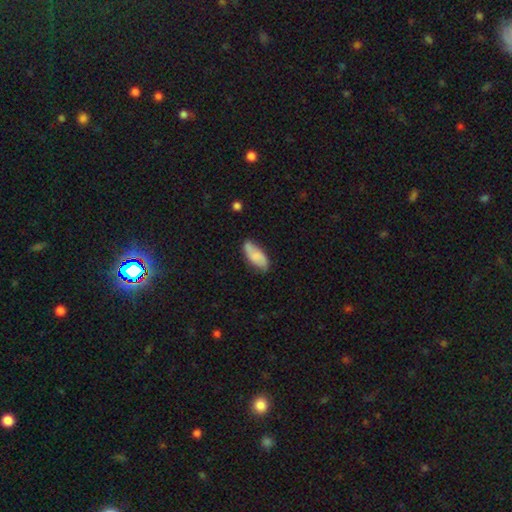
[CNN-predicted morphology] A smooth galaxy with no disk features (69%) that is in between round and cigar-shaped (84%).

Vote fractions:
- Smooth or featured? smooth: 69% / featured or disk: 24% / star or artifact: 7%
- How rounded? in between: 84% / cigar-shaped: 14% / round: 2%
- Merging? none: 68% / minor disturbance: 24% / major disturbance: 5% / merger: 3%